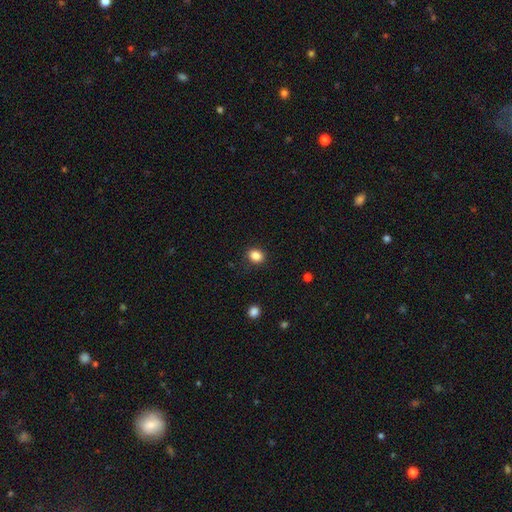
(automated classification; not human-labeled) smooth_or_featured: smooth (p=0.86) [alt: star or artifact p=0.10]
how_rounded: round (p=0.53) [alt: in between p=0.46]
merging: none (p=0.87) [alt: minor disturbance p=0.09]